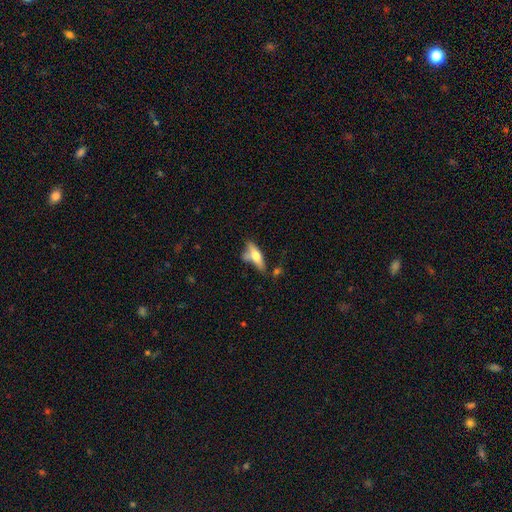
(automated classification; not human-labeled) smooth 51%, featured or disk 42%, star or artifact 7%. Down the decision tree: how rounded — cigar-shaped (52%); merging — none (50%).